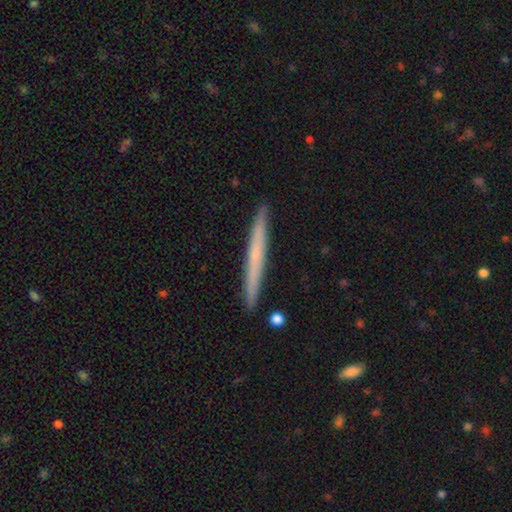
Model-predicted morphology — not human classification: Smooth or featured: smooth — 51% (featured or disk — 43%)
How rounded: cigar-shaped — 97% (in between — 2%)
Merging: none — 92% (minor disturbance — 6%)